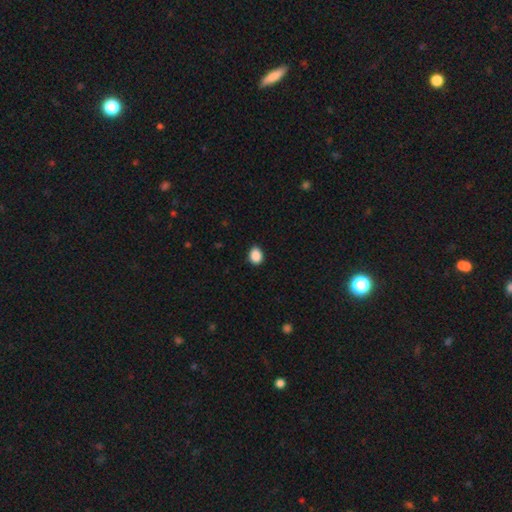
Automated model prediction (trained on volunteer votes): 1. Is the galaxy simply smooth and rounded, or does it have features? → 89% smooth, 9% star or artifact, 3% featured or disk.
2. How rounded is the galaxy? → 56% in between, 43% round, 1% cigar-shaped.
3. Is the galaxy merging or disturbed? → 87% none, 10% minor disturbance, 2% major disturbance, 1% merger.